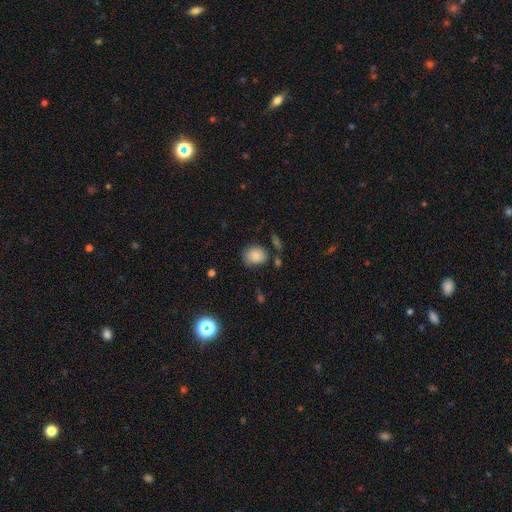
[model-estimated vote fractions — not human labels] This is clearly a smooth galaxy (86%). How rounded: possibly round (57%). Merging: likely none (71%).